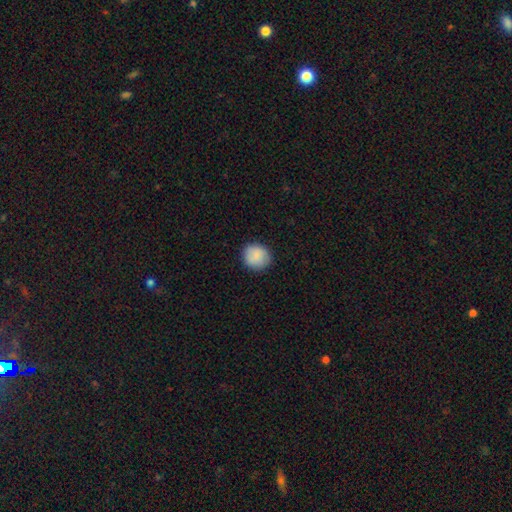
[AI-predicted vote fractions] Smooth or featured? Predicted: smooth (p=0.88). How rounded? Predicted: round (p=0.88). Merging? Predicted: none (p=0.89).